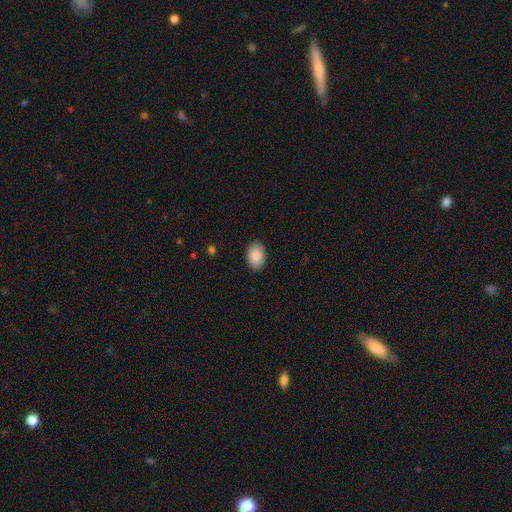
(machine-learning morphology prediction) Q: Smooth or featured?
A: smooth (90%); runner-up: star or artifact (6%)
Q: How rounded?
A: in between (87%); runner-up: round (12%)
Q: Merging?
A: none (89%); runner-up: minor disturbance (8%)